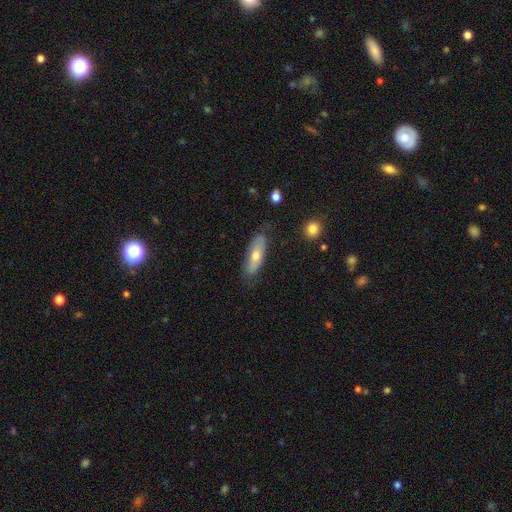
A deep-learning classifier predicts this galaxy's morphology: The model was most divided on "smooth or featured": smooth: 55%, featured or disk: 39%, star or artifact: 6%. More confident: merging — none (70%); how rounded — in between (60%).